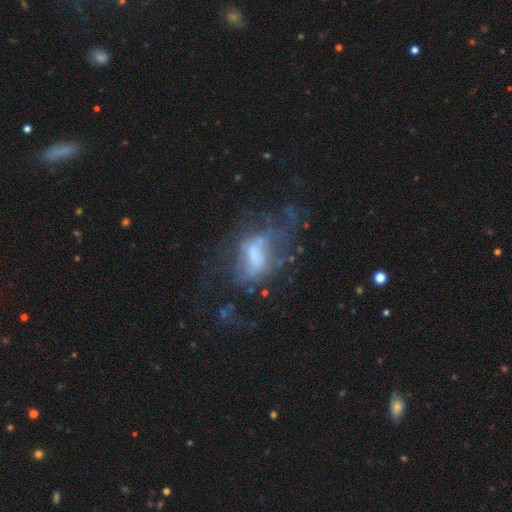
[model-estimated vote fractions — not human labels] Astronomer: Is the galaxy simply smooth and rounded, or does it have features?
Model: featured or disk — 58%.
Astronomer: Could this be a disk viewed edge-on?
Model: no — 94%.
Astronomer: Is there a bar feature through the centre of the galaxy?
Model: no — 55%.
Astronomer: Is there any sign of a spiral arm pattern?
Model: no — 70%.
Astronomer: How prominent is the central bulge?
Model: moderate — 31% (runner-up: none, 27%).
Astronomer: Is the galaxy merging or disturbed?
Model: major disturbance — 42% (runner-up: none, 31%).